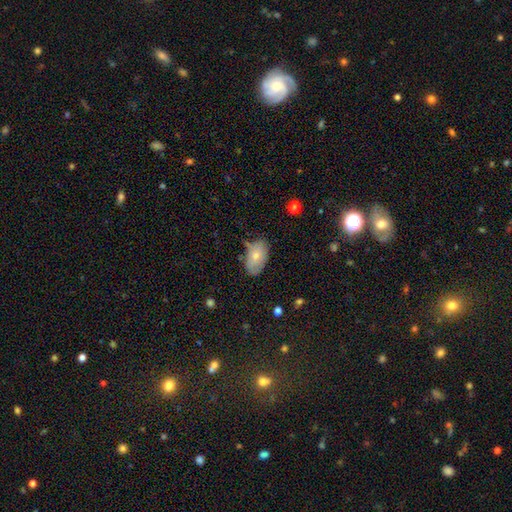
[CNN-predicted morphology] smooth_or_featured: smooth (p=0.67) [alt: featured or disk p=0.26]
how_rounded: in between (p=0.92) [alt: round p=0.07]
merging: none (p=0.58) [alt: minor disturbance p=0.30]